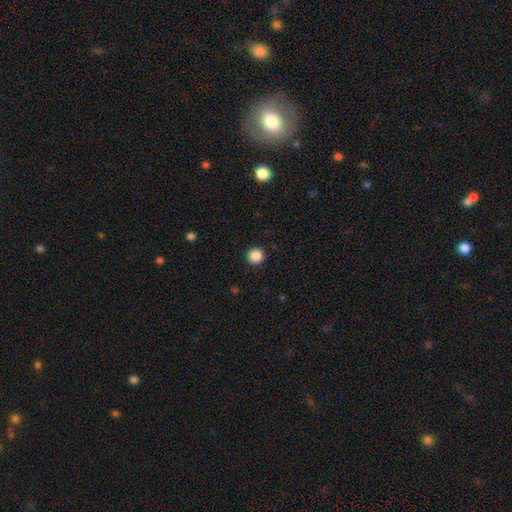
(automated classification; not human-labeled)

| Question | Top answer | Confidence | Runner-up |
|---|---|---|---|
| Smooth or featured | smooth | 87% | star or artifact (10%) |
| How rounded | round | 96% | in between (3%) |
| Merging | none | 93% | minor disturbance (5%) |